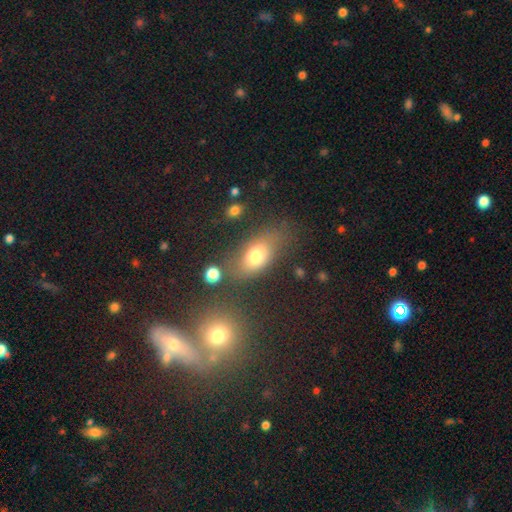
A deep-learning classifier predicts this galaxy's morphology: Smooth or featured? smooth (72%)
How rounded? in between (79%)
Merging? none (67%)